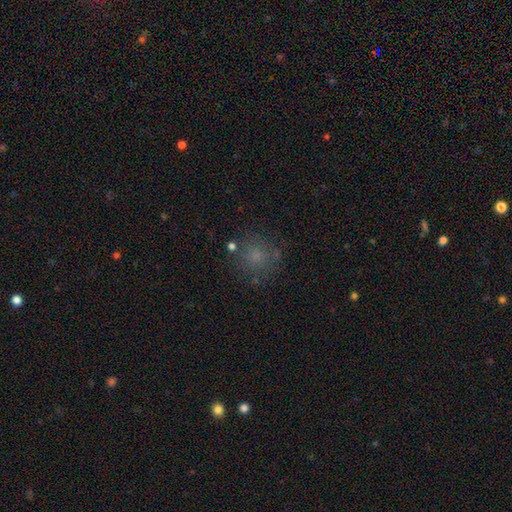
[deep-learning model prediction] The model was most divided on "smooth or featured": smooth: 72%, star or artifact: 19%, featured or disk: 9%. More confident: how rounded — round (89%); merging — none (77%).